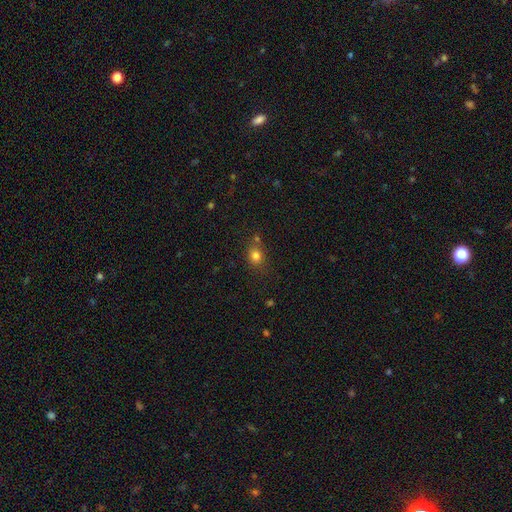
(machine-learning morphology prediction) Smooth or featured: smooth — 79% (star or artifact — 14%)
How rounded: round — 61% (in between — 38%)
Merging: none — 69% (minor disturbance — 15%)